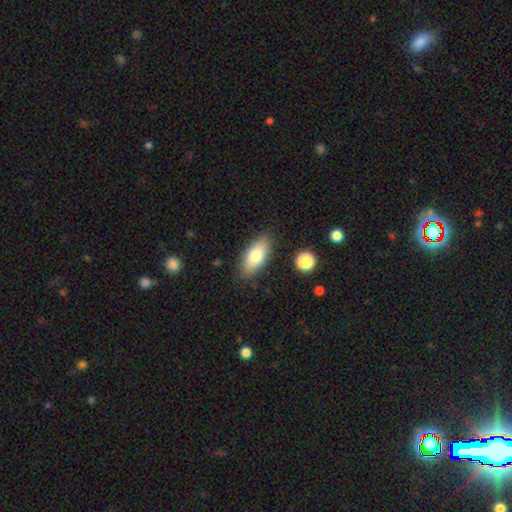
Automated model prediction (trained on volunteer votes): Smooth or featured: smooth — 77% (featured or disk — 17%)
How rounded: in between — 84% (cigar-shaped — 13%)
Merging: none — 85% (minor disturbance — 11%)